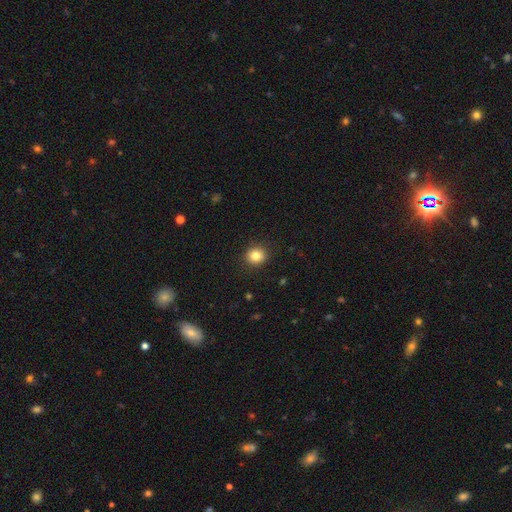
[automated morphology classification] A smooth galaxy with no disk features (83%) that is round (83%).

Vote fractions:
- Smooth or featured? smooth: 83% / star or artifact: 11% / featured or disk: 6%
- How rounded? round: 83% / in between: 16% / cigar-shaped: 1%
- Merging? none: 91% / minor disturbance: 7% / major disturbance: 2% / merger: 1%